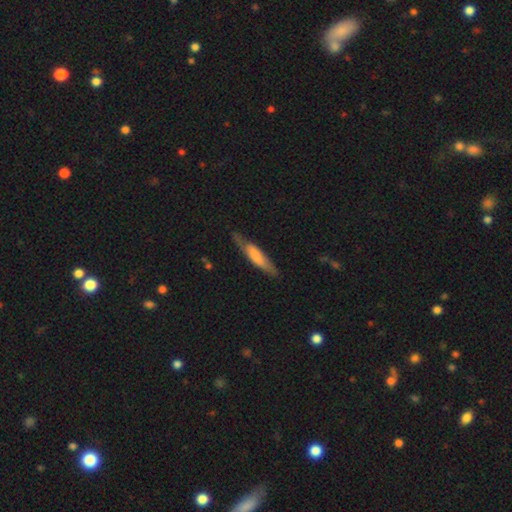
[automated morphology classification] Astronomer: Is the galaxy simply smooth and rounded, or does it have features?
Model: smooth — 62%.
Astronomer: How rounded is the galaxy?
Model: cigar-shaped — 77%.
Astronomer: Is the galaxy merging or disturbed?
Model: none — 67%.